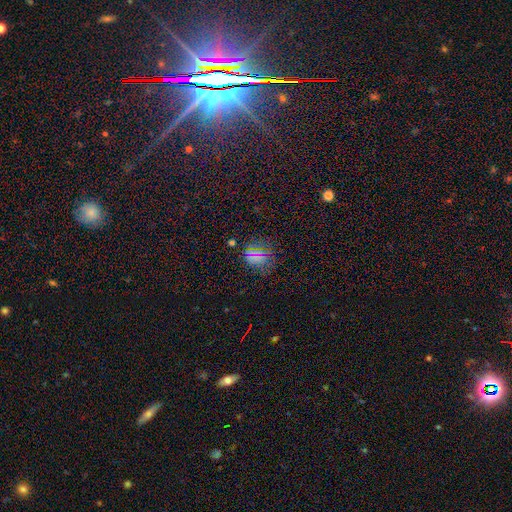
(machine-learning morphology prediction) Q: Smooth or featured?
A: smooth (50%); runner-up: star or artifact (42%)
Q: Merging?
A: none (80%); runner-up: minor disturbance (12%)